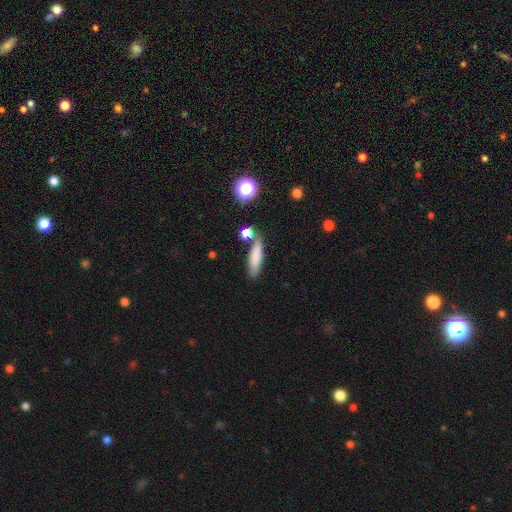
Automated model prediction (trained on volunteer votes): Smooth or featured? smooth (79%)
How rounded? cigar-shaped (70%)
Merging? none (72%)